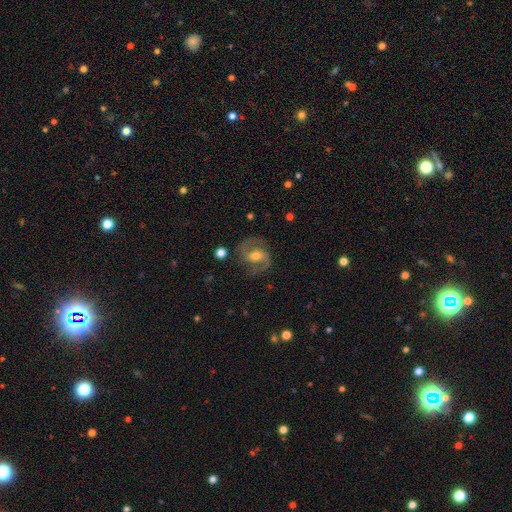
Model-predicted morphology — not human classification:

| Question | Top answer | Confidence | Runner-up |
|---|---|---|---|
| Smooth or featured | featured or disk | 84% | smooth (10%) |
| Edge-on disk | no | 97% | yes (3%) |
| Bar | weak | 44% | no (28%) |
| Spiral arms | yes | 95% | no (5%) |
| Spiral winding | medium | 58% | loose (21%) |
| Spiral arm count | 2 | 92% | can't tell (3%) |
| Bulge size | moderate | 66% | small (26%) |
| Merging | none | 81% | minor disturbance (12%) |